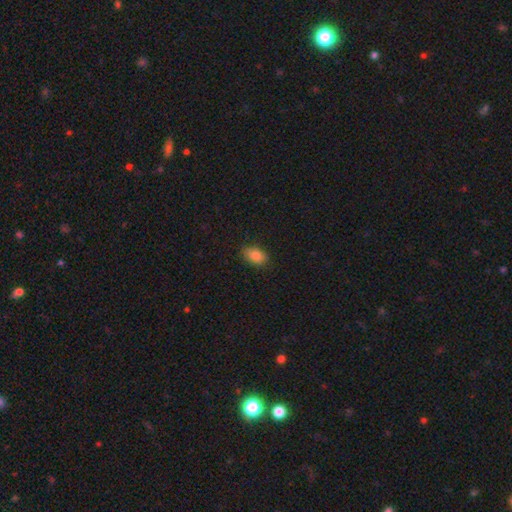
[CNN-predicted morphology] Smooth or featured?
  - smooth: 85% *
  - star or artifact: 9%
  - featured or disk: 7%
How rounded?
  - in between: 86% *
  - round: 13%
  - cigar-shaped: 2%
Merging?
  - none: 85% *
  - minor disturbance: 11%
  - major disturbance: 2%
  - merger: 1%